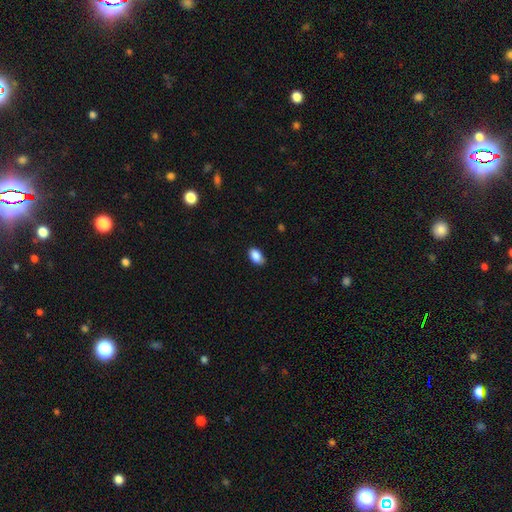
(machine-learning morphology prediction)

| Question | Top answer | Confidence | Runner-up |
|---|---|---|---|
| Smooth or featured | smooth | 89% | star or artifact (7%) |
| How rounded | in between | 91% | round (7%) |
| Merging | none | 80% | minor disturbance (17%) |